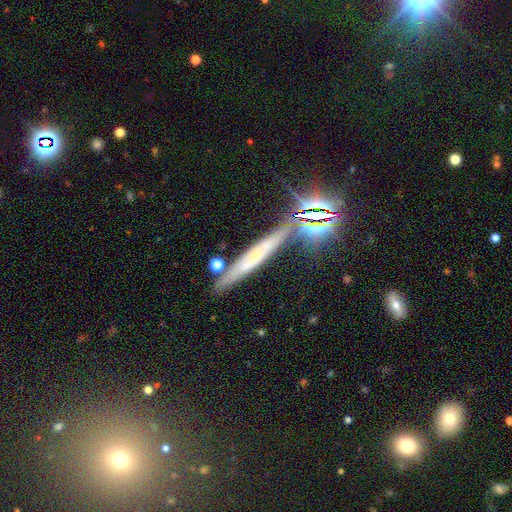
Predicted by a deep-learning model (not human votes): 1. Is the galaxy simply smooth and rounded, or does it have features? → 45% featured or disk, 30% smooth, 25% star or artifact.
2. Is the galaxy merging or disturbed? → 76% none, 13% minor disturbance, 7% merger, 4% major disturbance.